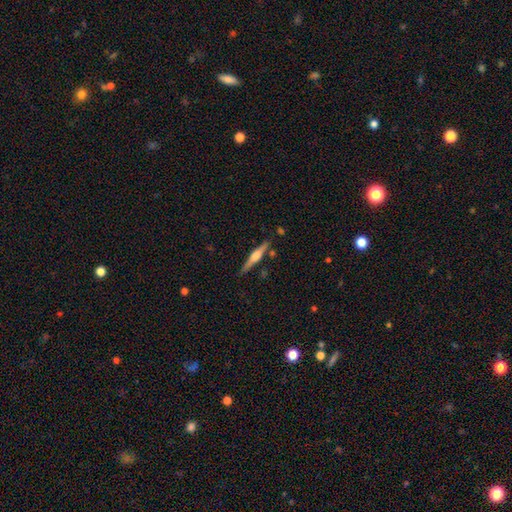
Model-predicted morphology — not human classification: A featured or disk galaxy (66%) viewed edge-on (98%) with a rounded central bulge (81%). Merging: none (85%).